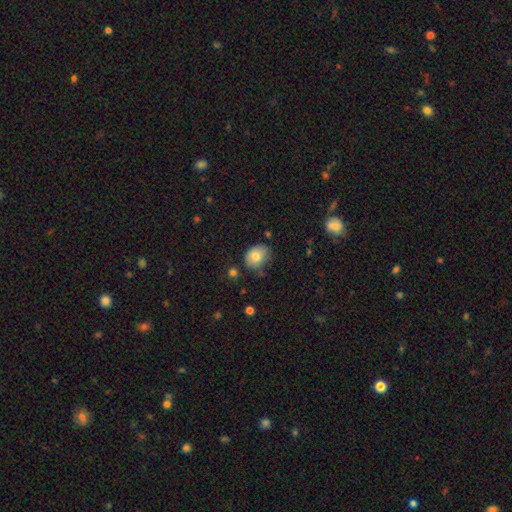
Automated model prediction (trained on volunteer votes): The model was most divided on "how rounded": in between: 56%, round: 43%, cigar-shaped: 1%. More confident: smooth or featured — smooth (78%); merging — none (59%).